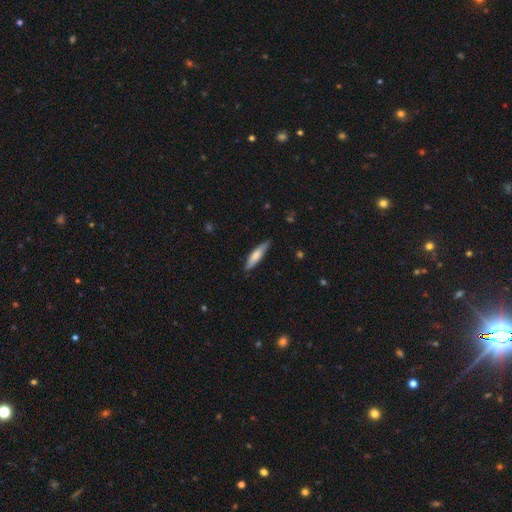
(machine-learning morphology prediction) Smooth or featured? Predicted: smooth (p=0.70). How rounded? Predicted: cigar-shaped (p=0.76). Merging? Predicted: none (p=0.80).